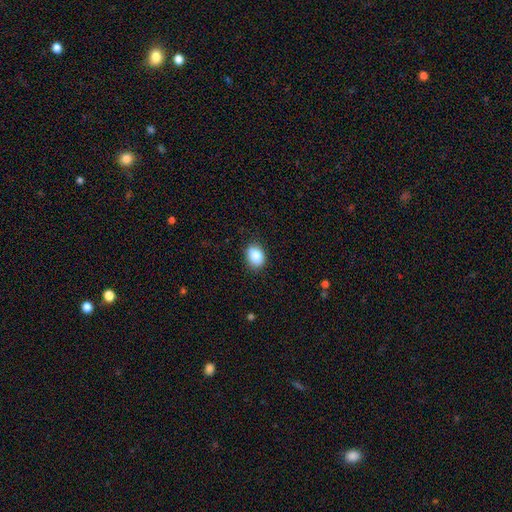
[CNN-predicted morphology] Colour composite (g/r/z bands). It shows a smooth galaxy with no disk features (87%) that is in between round and cigar-shaped (70%). Merging: none (83%).